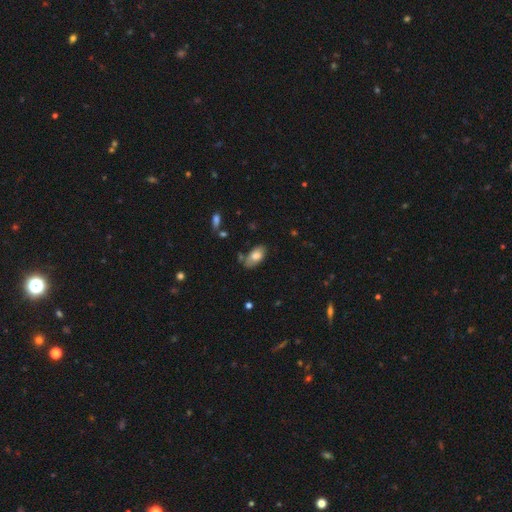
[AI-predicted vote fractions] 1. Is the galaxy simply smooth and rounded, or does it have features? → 80% smooth, 14% featured or disk, 7% star or artifact.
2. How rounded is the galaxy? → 93% in between, 4% round, 3% cigar-shaped.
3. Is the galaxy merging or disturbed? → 68% none, 21% minor disturbance, 6% merger, 5% major disturbance.